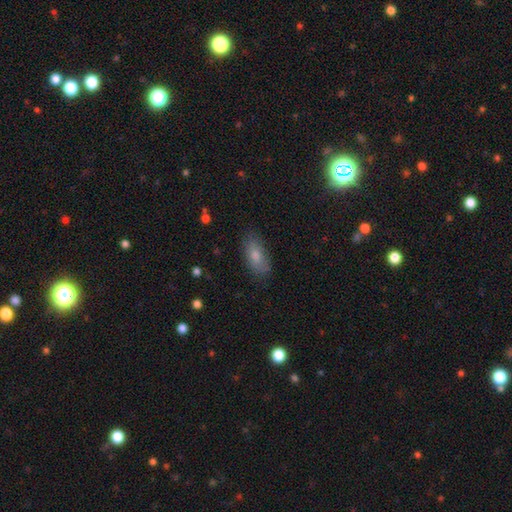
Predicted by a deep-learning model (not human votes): Overall: smooth (79%). How rounded: in between (86%). Merging: none (79%).